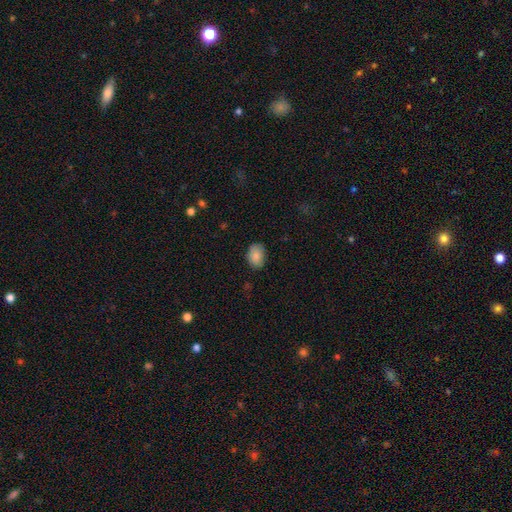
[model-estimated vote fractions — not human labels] Q: Smooth or featured?
A: smooth (87%); runner-up: star or artifact (7%)
Q: How rounded?
A: in between (77%); runner-up: round (22%)
Q: Merging?
A: none (81%); runner-up: minor disturbance (15%)